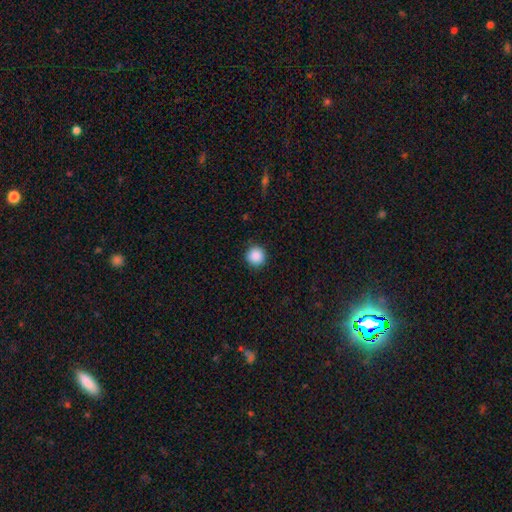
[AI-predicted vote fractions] Smooth or featured? smooth (88%)
How rounded? round (95%)
Merging? none (90%)